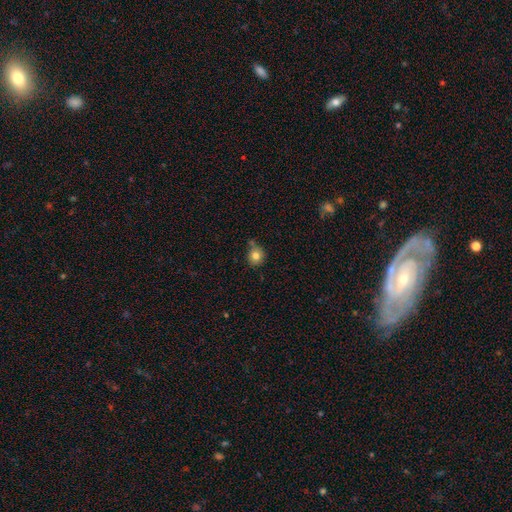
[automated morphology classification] This is clearly a smooth galaxy (81%). How rounded: clearly round (83%). Merging: likely none (60%).